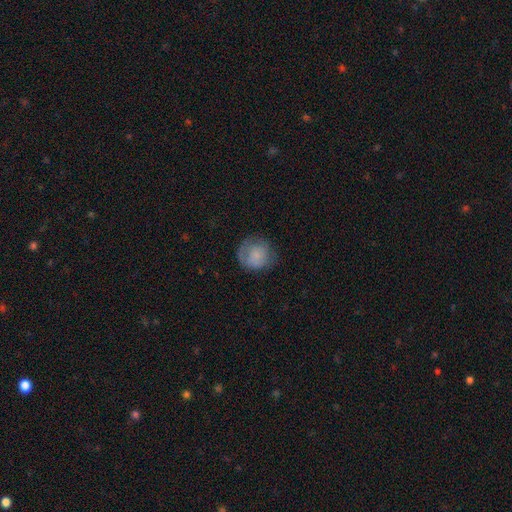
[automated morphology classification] Smooth or featured?
  - smooth: 73% *
  - featured or disk: 19%
  - star or artifact: 8%
How rounded?
  - round: 88% *
  - in between: 11%
  - cigar-shaped: 1%
Merging?
  - none: 63% *
  - minor disturbance: 23%
  - major disturbance: 13%
  - merger: 1%